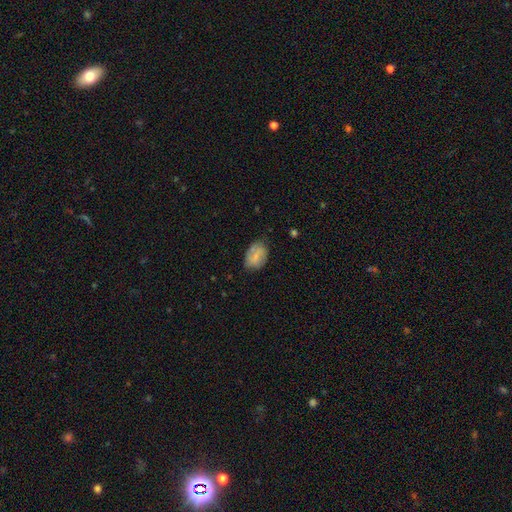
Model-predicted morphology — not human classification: Q: Smooth or featured?
A: smooth (61%); runner-up: featured or disk (32%)
Q: How rounded?
A: in between (84%); runner-up: round (15%)
Q: Merging?
A: none (69%); runner-up: minor disturbance (24%)